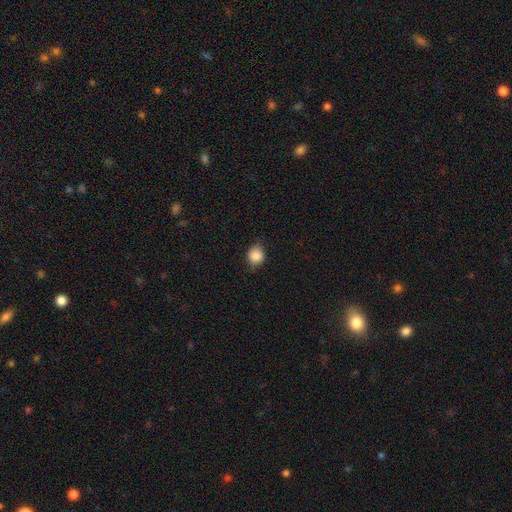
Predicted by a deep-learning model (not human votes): smooth 86%, star or artifact 9%, featured or disk 5%. Down the decision tree: how rounded — round (69%); merging — none (78%).